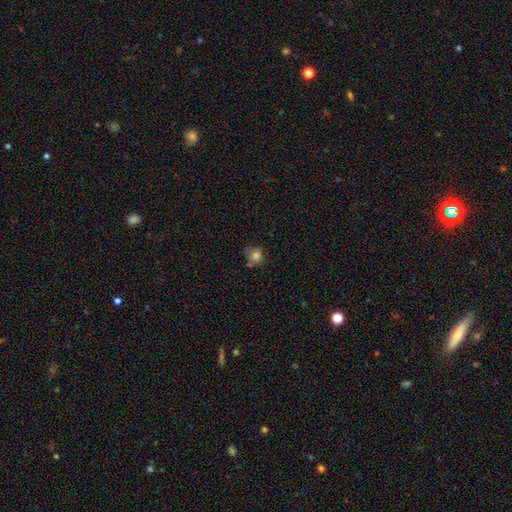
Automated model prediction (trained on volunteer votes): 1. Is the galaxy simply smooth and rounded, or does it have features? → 81% smooth, 12% star or artifact, 7% featured or disk.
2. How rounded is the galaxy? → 82% round, 17% in between, 1% cigar-shaped.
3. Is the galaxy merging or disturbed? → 60% none, 28% minor disturbance, 8% major disturbance, 5% merger.